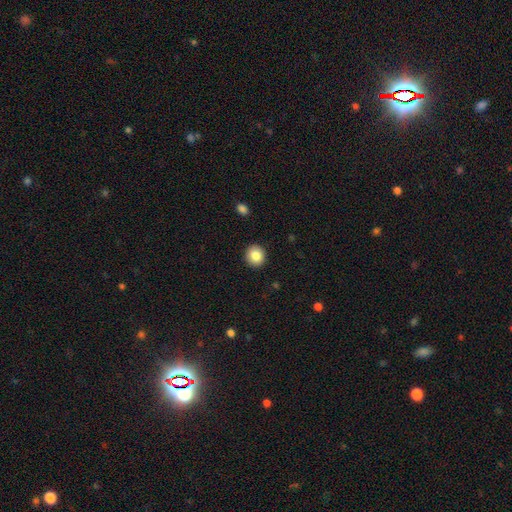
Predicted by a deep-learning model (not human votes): A smooth galaxy with no disk features (85%) that is round (87%). Merging: none (92%).